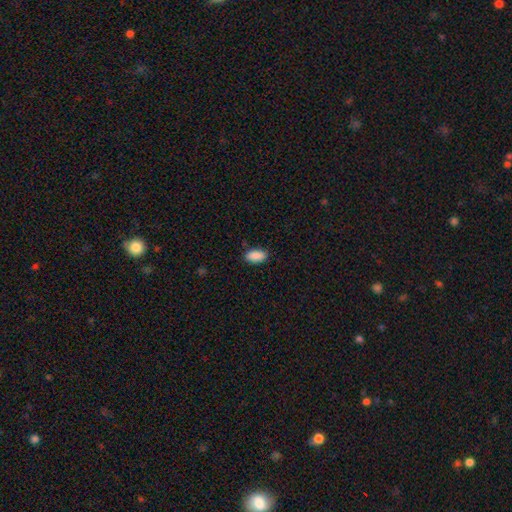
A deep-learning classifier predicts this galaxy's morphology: This appears to be a smooth galaxy with no disk features (89%) that is in between round and cigar-shaped (93%). Merging: none (85%).